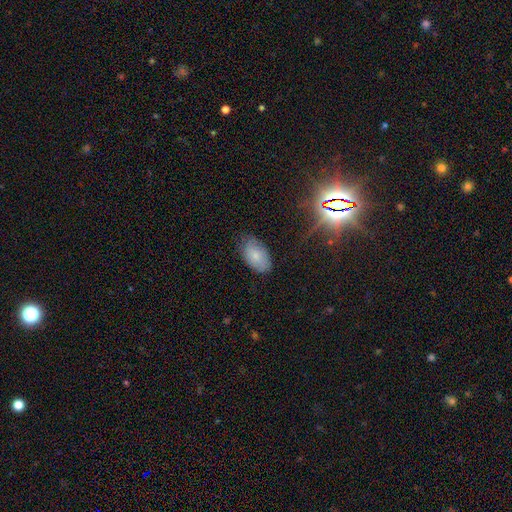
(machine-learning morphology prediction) smooth 75%, featured or disk 15%, star or artifact 10%. Down the decision tree: how rounded — in between (93%); merging — none (73%).